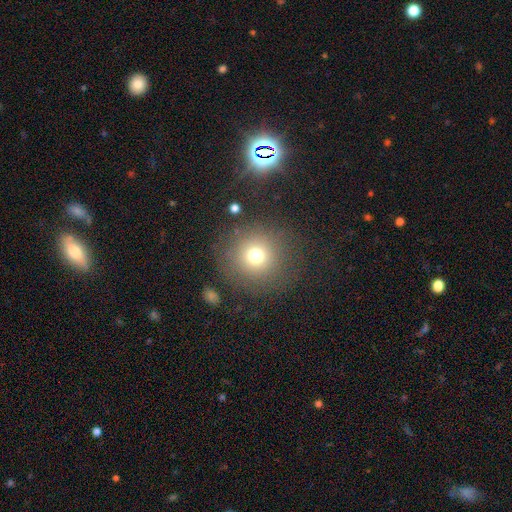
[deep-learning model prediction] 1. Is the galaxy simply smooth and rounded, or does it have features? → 73% smooth, 16% star or artifact, 11% featured or disk.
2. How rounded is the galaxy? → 94% round, 5% in between, 1% cigar-shaped.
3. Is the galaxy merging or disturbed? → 83% none, 9% minor disturbance, 6% major disturbance, 2% merger.